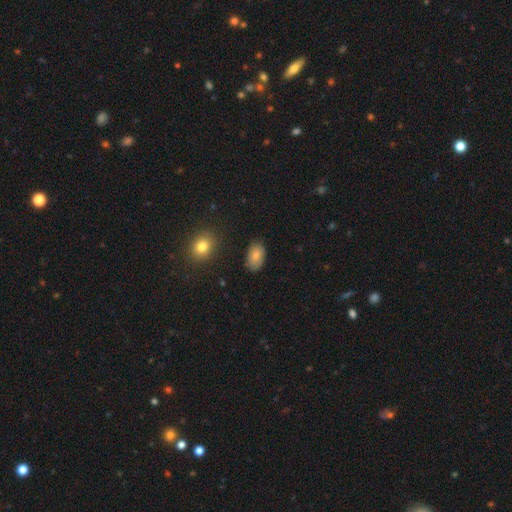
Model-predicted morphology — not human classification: This is clearly a smooth galaxy (83%). How rounded: clearly in between (91%). Merging: clearly none (81%).